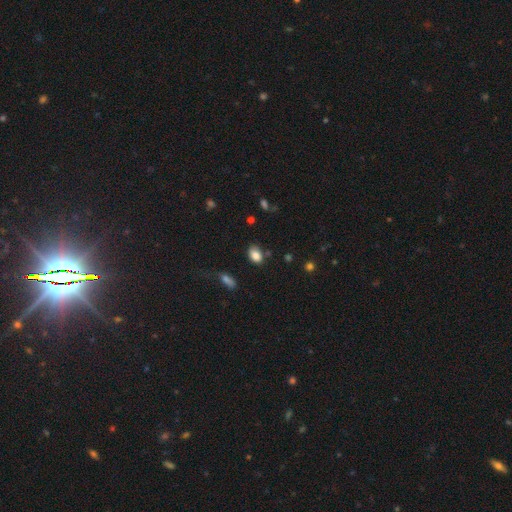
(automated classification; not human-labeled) A smooth galaxy with no disk features (84%) that is in between round and cigar-shaped (84%).

Vote fractions:
- Smooth or featured? smooth: 84% / star or artifact: 9% / featured or disk: 7%
- How rounded? in between: 84% / round: 14% / cigar-shaped: 2%
- Merging? none: 75% / minor disturbance: 16% / merger: 5% / major disturbance: 4%